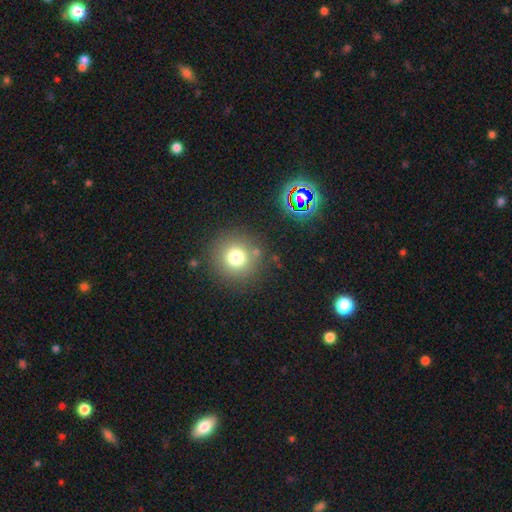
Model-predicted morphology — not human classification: This appears to be a smooth galaxy with no disk features (51%) that is round (94%). Merging: none (88%).